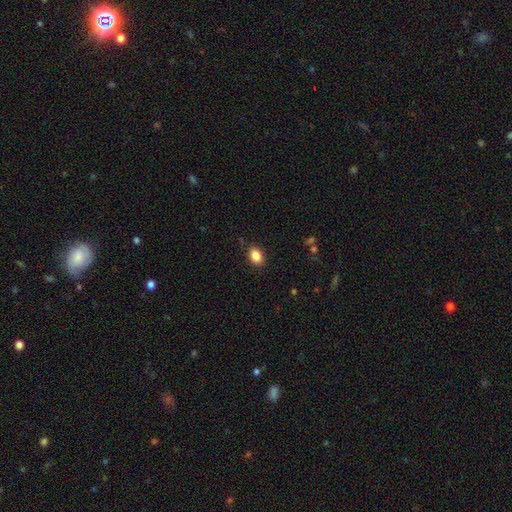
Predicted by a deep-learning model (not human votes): The model was most divided on "how rounded": in between: 77%, round: 21%, cigar-shaped: 1%. More confident: smooth or featured — smooth (86%); merging — none (86%).